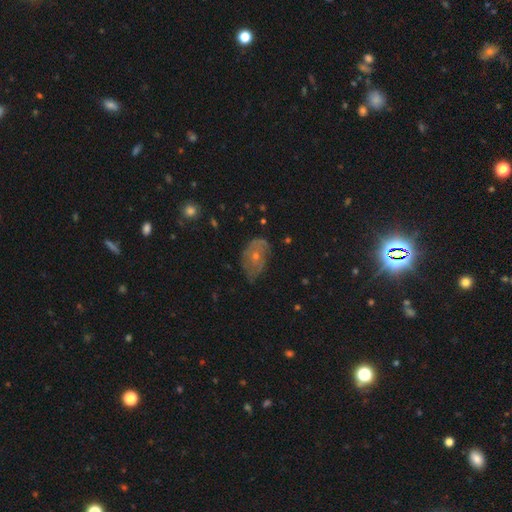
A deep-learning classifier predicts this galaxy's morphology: Smooth or featured? Predicted: featured or disk (p=0.49). Merging? Predicted: none (p=0.52).